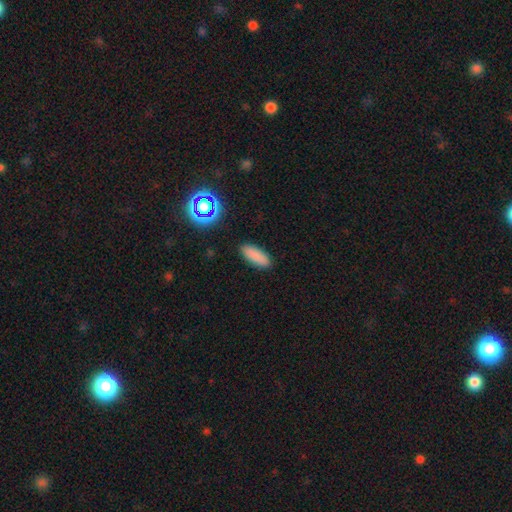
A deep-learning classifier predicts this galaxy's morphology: smooth-or-featured: smooth: 84% | star or artifact: 10% | featured or disk: 5%
  how-rounded: in between: 68% | cigar-shaped: 30% | round: 2%
  merging: none: 89% | minor disturbance: 8% | major disturbance: 2% | merger: 1%